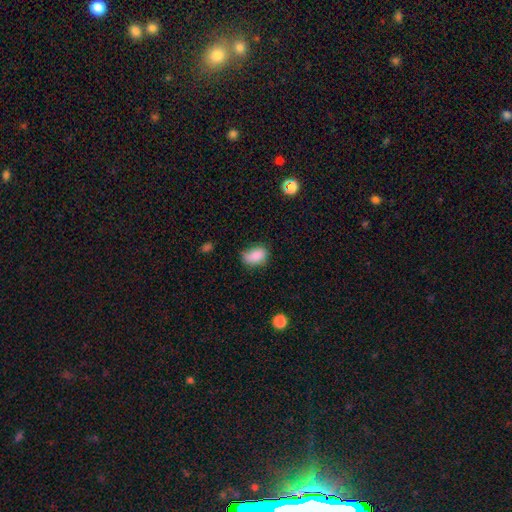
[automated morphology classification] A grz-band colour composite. It shows a smooth galaxy with no disk features (84%) that is in between round and cigar-shaped (84%). Merging: none (55%).